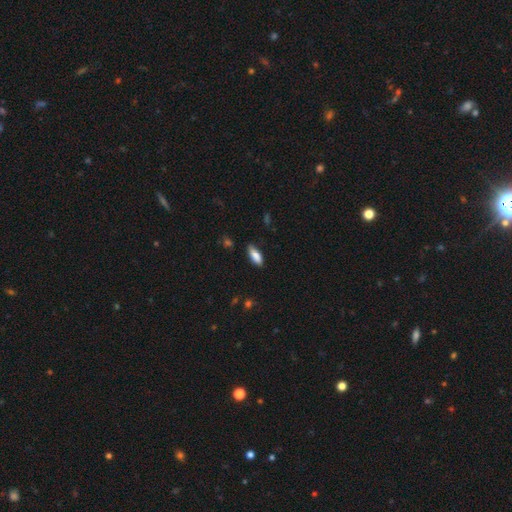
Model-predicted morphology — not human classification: Smooth or featured? smooth (83%)
How rounded? in between (71%)
Merging? none (79%)